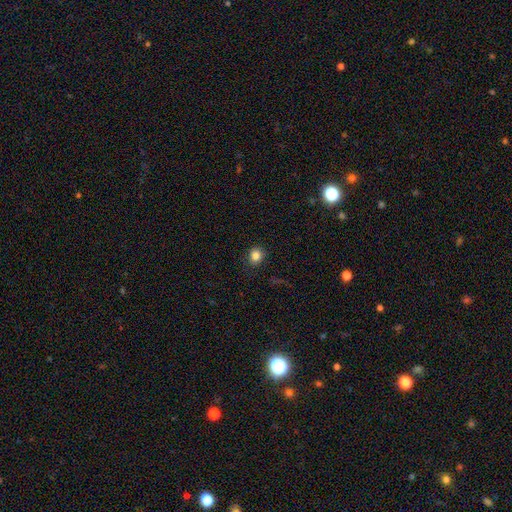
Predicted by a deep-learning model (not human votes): This is clearly a smooth galaxy (83%). How rounded: likely round (78%). Merging: clearly none (88%).